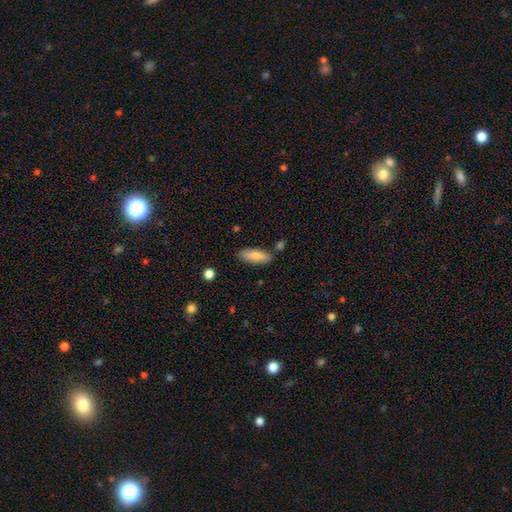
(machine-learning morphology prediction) Smooth or featured? smooth (79%)
How rounded? in between (56%)
Merging? none (80%)